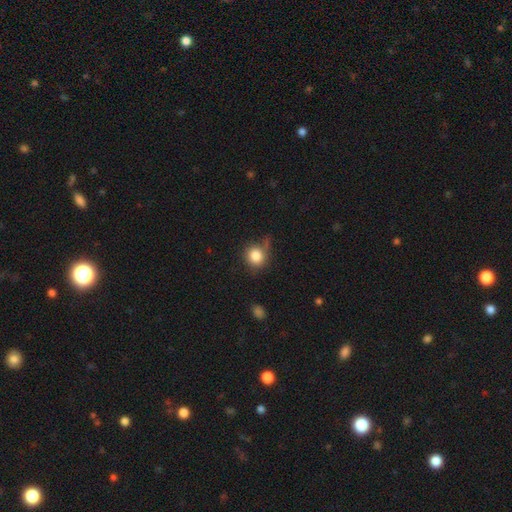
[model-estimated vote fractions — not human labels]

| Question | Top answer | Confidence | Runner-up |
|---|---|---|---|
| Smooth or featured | smooth | 82% | star or artifact (10%) |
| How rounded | round | 85% | in between (14%) |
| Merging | none | 62% | minor disturbance (23%) |